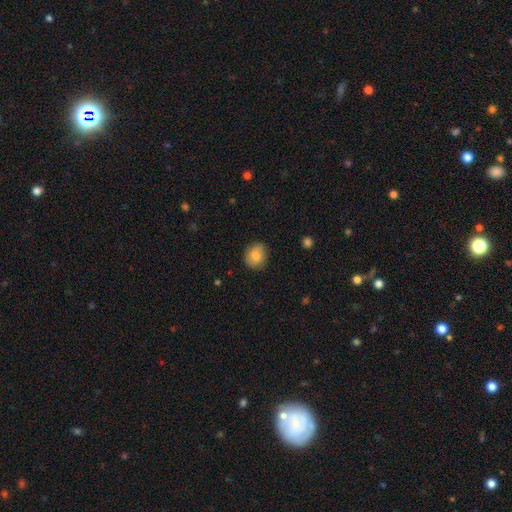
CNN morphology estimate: Overall: smooth (79%). How rounded: round (72%). Merging: none (84%).